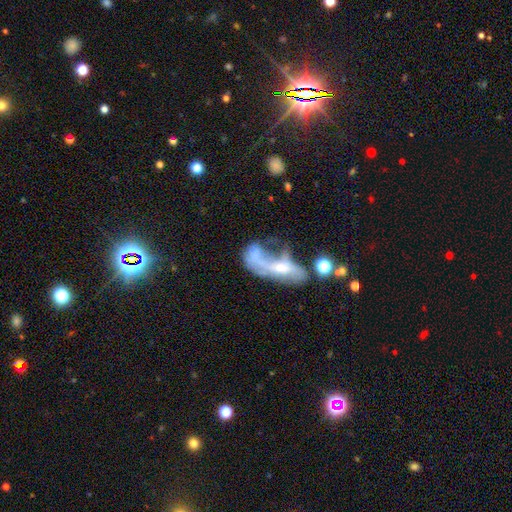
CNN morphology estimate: Smooth or featured: featured or disk — 59% (smooth — 31%)
Edge-on disk: no — 91% (yes — 9%)
Bar: no — 70% (weak — 21%)
Spiral arms: no — 58% (yes — 42%)
Bulge size: small — 51% (moderate — 29%)
Merging: major disturbance — 44% (merger — 30%)